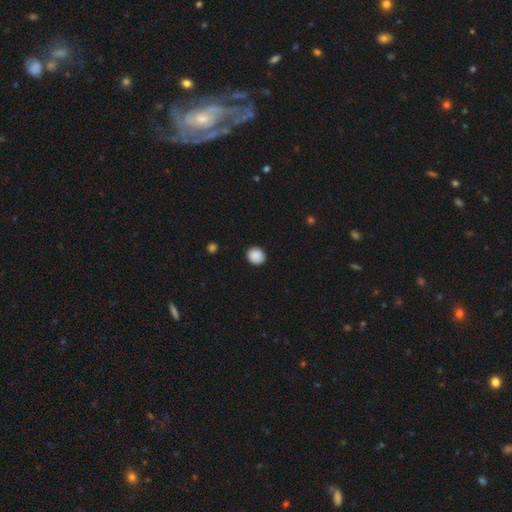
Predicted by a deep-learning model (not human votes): Q: Smooth or featured?
A: smooth (89%); runner-up: star or artifact (8%)
Q: How rounded?
A: round (83%); runner-up: in between (16%)
Q: Merging?
A: none (91%); runner-up: minor disturbance (7%)